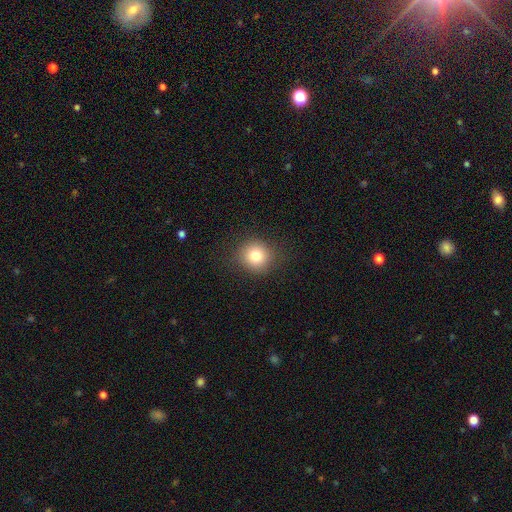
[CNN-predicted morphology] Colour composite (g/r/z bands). It shows a smooth galaxy with no disk features (79%) that is round (90%). Merging: none (86%).